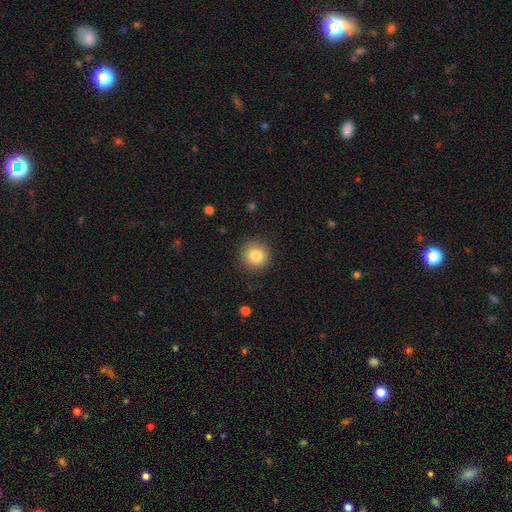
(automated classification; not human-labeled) Q: Smooth or featured?
A: smooth (82%); runner-up: star or artifact (10%)
Q: How rounded?
A: round (94%); runner-up: in between (5%)
Q: Merging?
A: none (90%); runner-up: minor disturbance (7%)